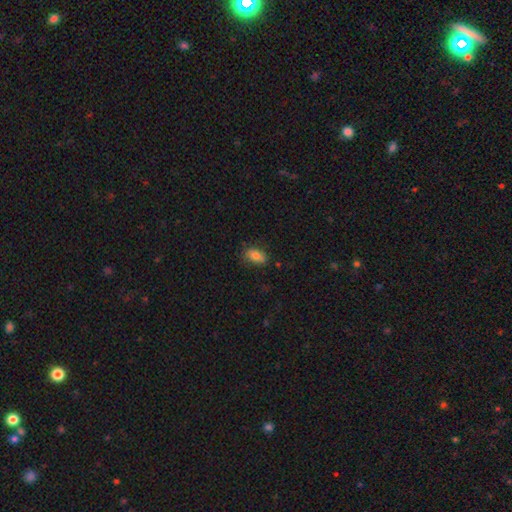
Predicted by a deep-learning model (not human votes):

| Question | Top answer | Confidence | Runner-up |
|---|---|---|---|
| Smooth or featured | smooth | 80% | featured or disk (11%) |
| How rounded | in between | 88% | round (8%) |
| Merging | none | 75% | minor disturbance (19%) |